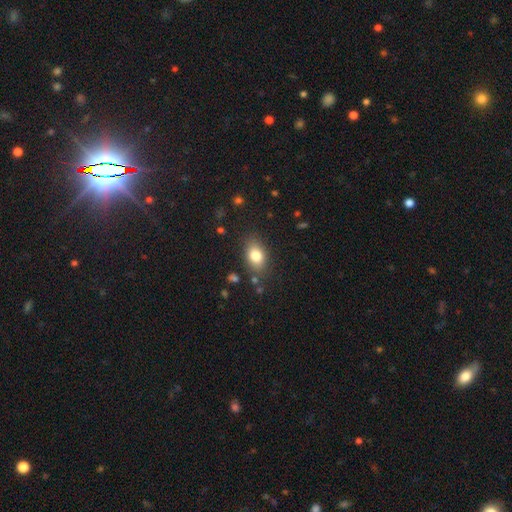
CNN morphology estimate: smooth_or_featured: smooth (p=0.81) [alt: featured or disk p=0.10]
how_rounded: in between (p=0.81) [alt: round p=0.17]
merging: none (p=0.81) [alt: minor disturbance p=0.13]